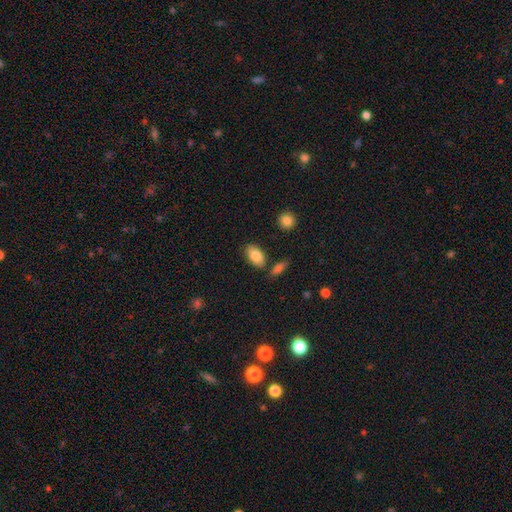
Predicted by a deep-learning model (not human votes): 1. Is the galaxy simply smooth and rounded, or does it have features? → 85% smooth, 8% featured or disk, 7% star or artifact.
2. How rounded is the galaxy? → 92% in between, 5% round, 3% cigar-shaped.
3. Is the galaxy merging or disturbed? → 76% none, 12% minor disturbance, 8% merger, 3% major disturbance.